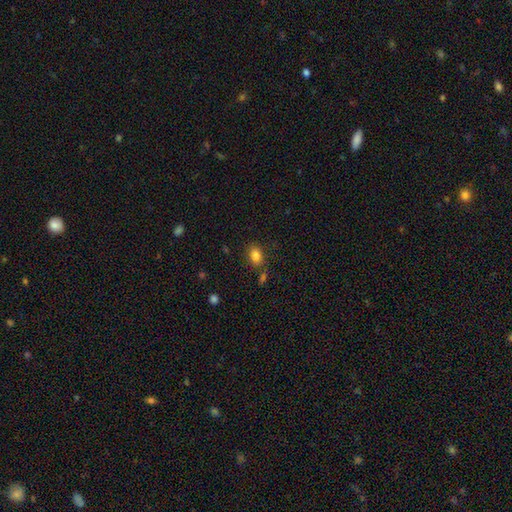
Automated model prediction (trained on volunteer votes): Smooth or featured: smooth — 83% (star or artifact — 10%)
How rounded: in between — 74% (round — 25%)
Merging: none — 77% (minor disturbance — 12%)